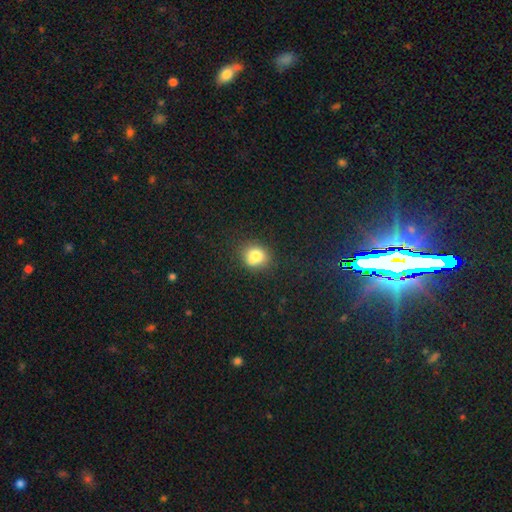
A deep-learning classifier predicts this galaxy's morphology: smooth 78%, star or artifact 12%, featured or disk 10%. Down the decision tree: how rounded — round (74%); merging — none (64%).